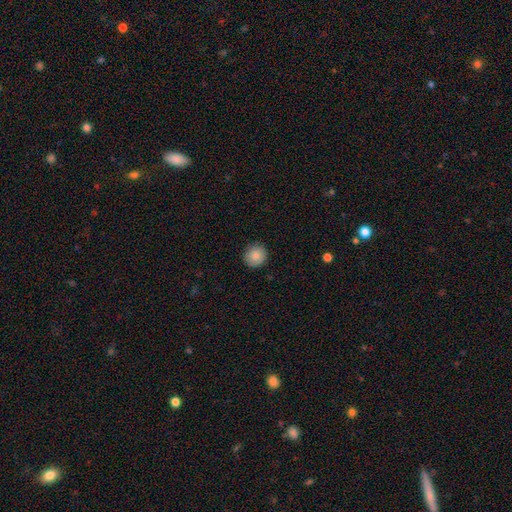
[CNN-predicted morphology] type=smooth (87%); roundness=round (90%); merging=none (89%).